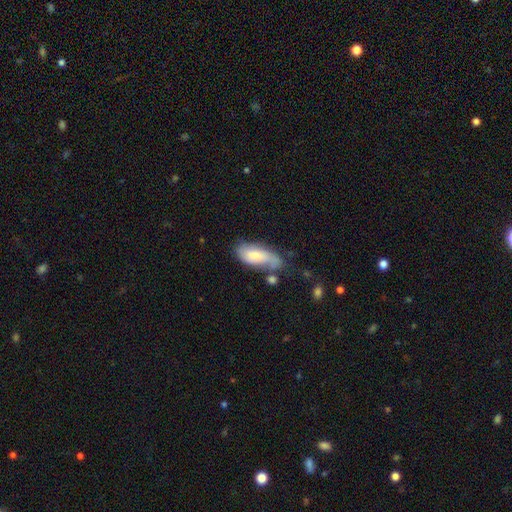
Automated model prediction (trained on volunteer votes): smooth 66%, featured or disk 28%, star or artifact 6%. Down the decision tree: how rounded — in between (84%); merging — none (41%).